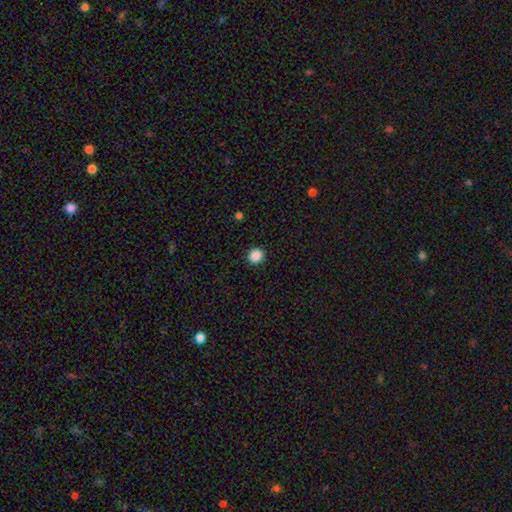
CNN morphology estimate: A smooth galaxy with no disk features (88%) that is round (87%).

Vote fractions:
- Smooth or featured? smooth: 88% / star or artifact: 10% / featured or disk: 2%
- How rounded? round: 87% / in between: 12% / cigar-shaped: 1%
- Merging? none: 92% / minor disturbance: 5% / major disturbance: 2% / merger: 1%